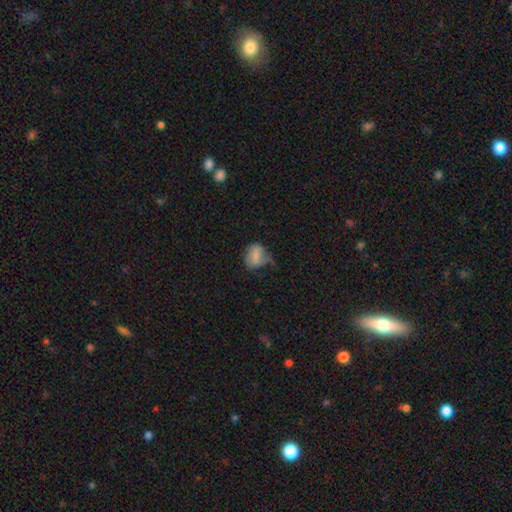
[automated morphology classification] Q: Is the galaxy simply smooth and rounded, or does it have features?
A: smooth — 66%.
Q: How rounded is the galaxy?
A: in between — 49%, tied with round.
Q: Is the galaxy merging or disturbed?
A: none — 38%.